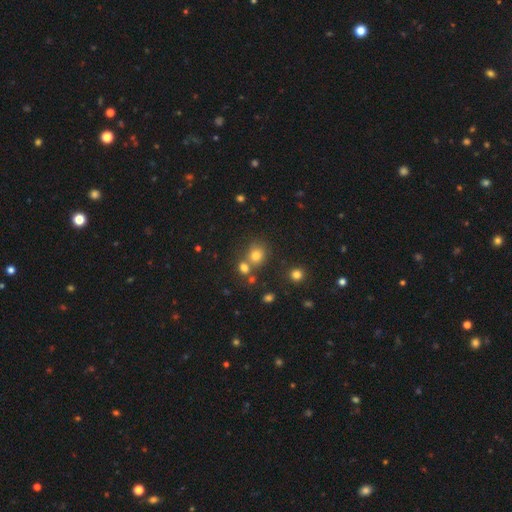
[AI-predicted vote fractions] A smooth galaxy with no disk features (75%) that is round (76%). Merging: none (56%).